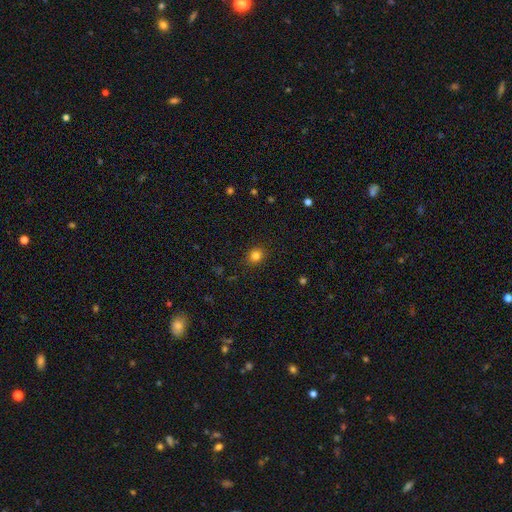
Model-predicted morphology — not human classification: This appears to be a smooth galaxy with no disk features (82%) that is round (74%). Merging: none (89%).